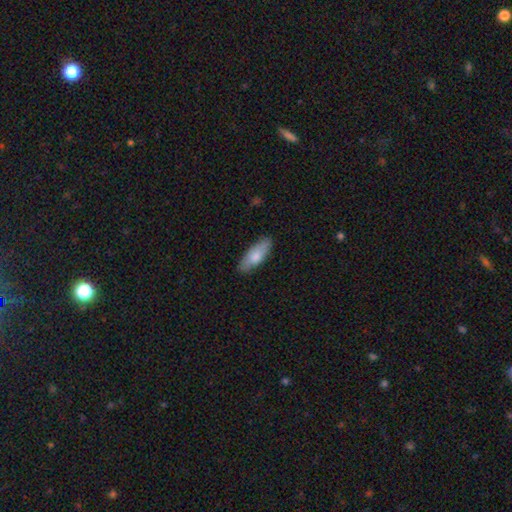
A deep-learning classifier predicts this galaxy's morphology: Q: Smooth or featured?
A: smooth (76%); runner-up: featured or disk (18%)
Q: How rounded?
A: in between (70%); runner-up: cigar-shaped (28%)
Q: Merging?
A: none (83%); runner-up: minor disturbance (13%)